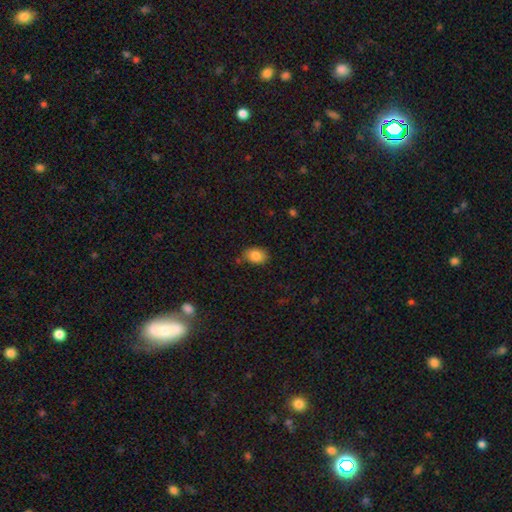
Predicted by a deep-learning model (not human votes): This appears to be a smooth galaxy with no disk features (84%) that is in between round and cigar-shaped (79%). Merging: none (76%).